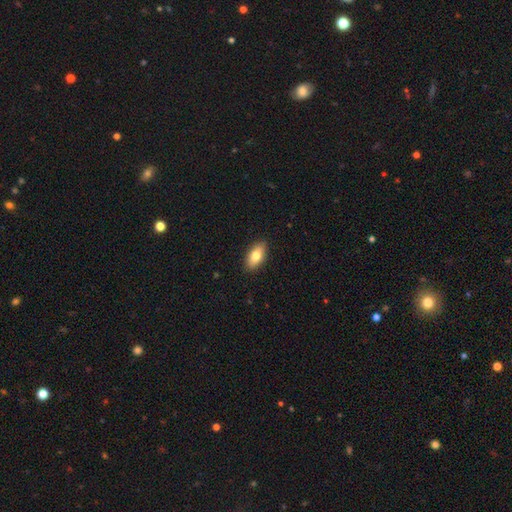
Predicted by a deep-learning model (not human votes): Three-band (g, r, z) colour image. It shows a smooth galaxy with no disk features (78%) that is in between round and cigar-shaped (89%). Merging: none (89%).